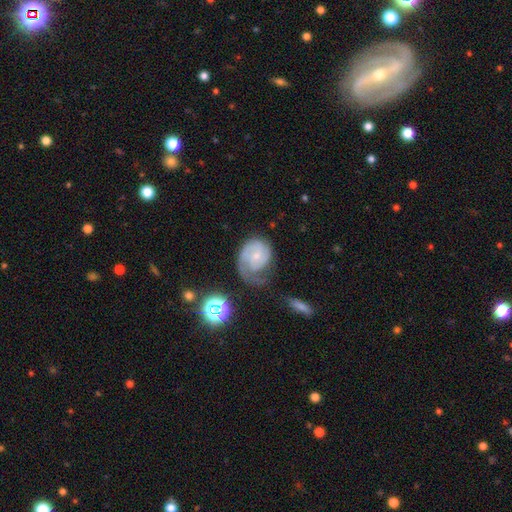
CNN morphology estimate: Q: Smooth or featured?
A: featured or disk (70%); runner-up: smooth (22%)
Q: Edge-on disk?
A: no (98%); runner-up: yes (2%)
Q: Bar?
A: no (69%); runner-up: weak (27%)
Q: Spiral arms?
A: yes (90%); runner-up: no (10%)
Q: Spiral winding?
A: tight (46%); runner-up: medium (35%)
Q: Spiral arm count?
A: 1 (54%); runner-up: 2 (26%)
Q: Bulge size?
A: small (66%); runner-up: moderate (26%)
Q: Merging?
A: major disturbance (36%); runner-up: none (34%)